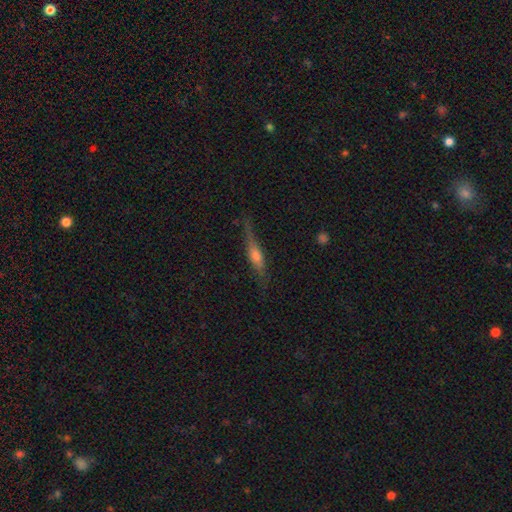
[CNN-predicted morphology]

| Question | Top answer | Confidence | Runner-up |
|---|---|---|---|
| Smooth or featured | featured or disk | 57% | smooth (34%) |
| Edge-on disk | yes | 92% | no (8%) |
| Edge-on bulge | rounded | 75% | boxy (14%) |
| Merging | none | 72% | minor disturbance (19%) |